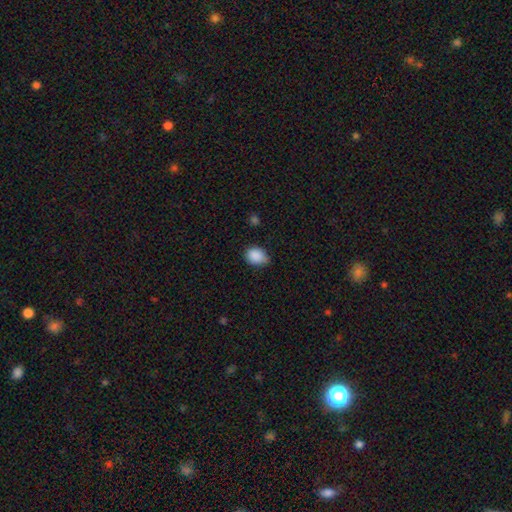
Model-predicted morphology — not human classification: type=smooth (89%); roundness=in between (63%); merging=none (64%).